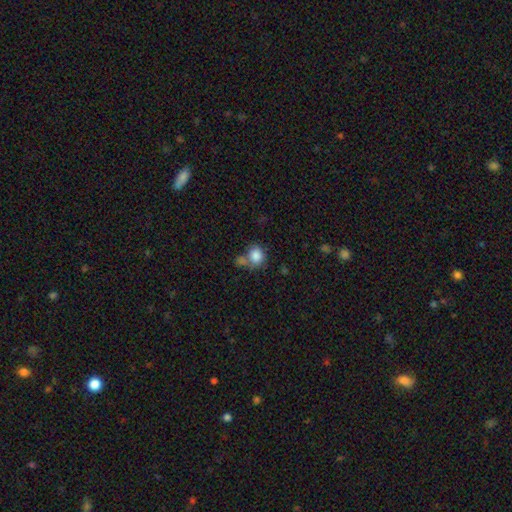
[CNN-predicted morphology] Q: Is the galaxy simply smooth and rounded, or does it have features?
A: smooth — 84%.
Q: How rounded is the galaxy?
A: round — 70%.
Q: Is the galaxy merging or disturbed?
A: none — 47%.